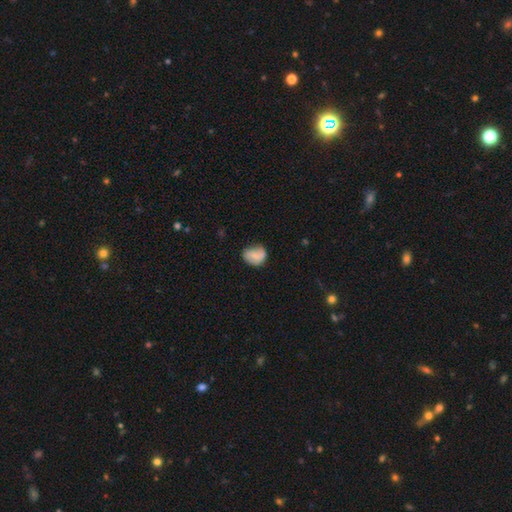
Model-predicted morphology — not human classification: Smooth or featured? smooth (62%)
How rounded? round (53%)
Merging? none (55%)